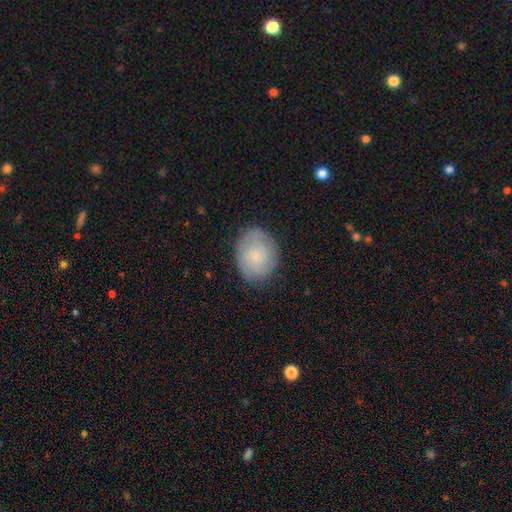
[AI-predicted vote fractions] Smooth or featured? Predicted: featured or disk (p=0.57). Edge-on disk? Predicted: no (p=0.97). Bar? Predicted: no (p=0.73). Spiral arms? Predicted: yes (p=0.88). Bulge size? Predicted: small (p=0.72). Merging? Predicted: none (p=0.80).